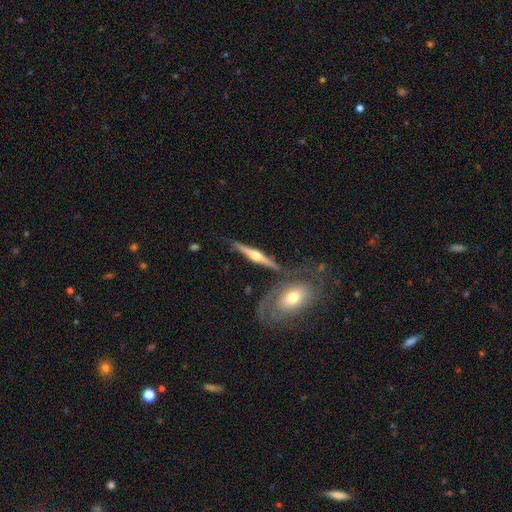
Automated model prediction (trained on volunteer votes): smooth-or-featured: featured or disk: 79% | smooth: 16% | star or artifact: 5%
  disk-edge-on: yes: 95% | no: 5%
    edge-on-bulge: rounded: 94% | none: 3% | boxy: 3%
  merging: none: 75% | minor disturbance: 12% | merger: 9% | major disturbance: 4%